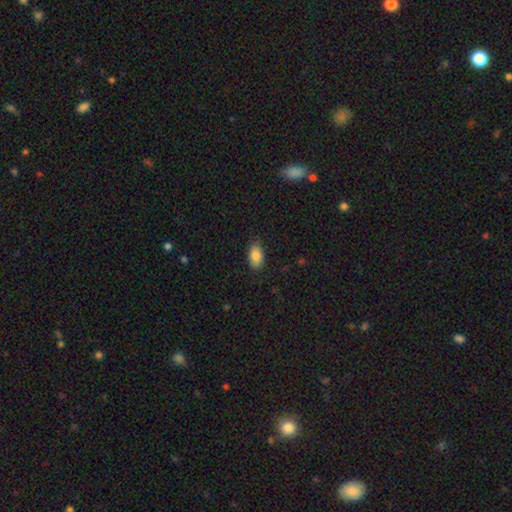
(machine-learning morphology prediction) The model was most divided on "merging": none: 83%, minor disturbance: 13%, major disturbance: 2%, merger: 1%. More confident: how rounded — in between (92%); smooth or featured — smooth (85%).